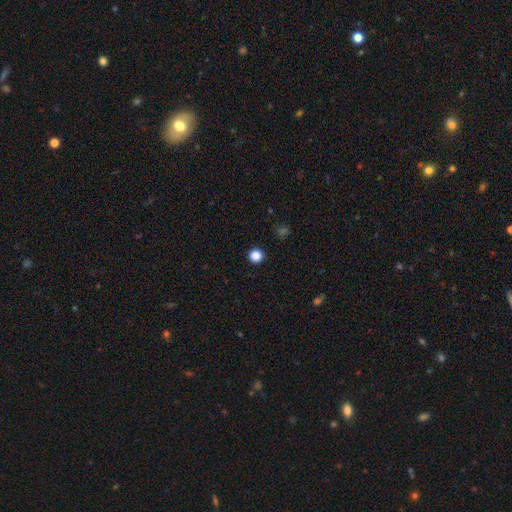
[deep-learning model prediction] A smooth galaxy with no disk features (86%) that is round (96%).

Vote fractions:
- Smooth or featured? smooth: 86% / star or artifact: 12% / featured or disk: 3%
- How rounded? round: 96% / in between: 3% / cigar-shaped: 1%
- Merging? none: 93% / minor disturbance: 4% / major disturbance: 2% / merger: 1%